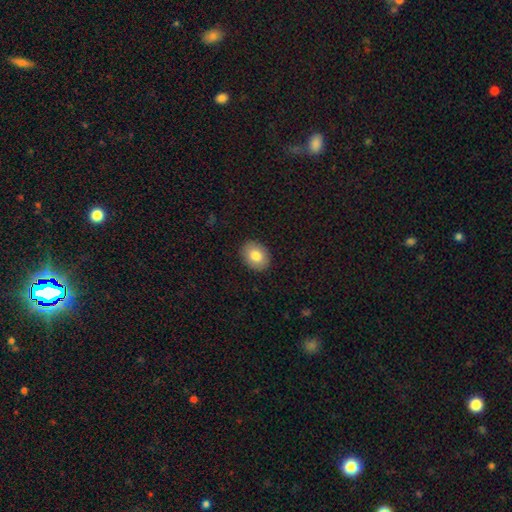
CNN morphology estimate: The model was most divided on "how rounded": in between: 64%, round: 35%, cigar-shaped: 1%. More confident: merging — none (90%); smooth or featured — smooth (82%).